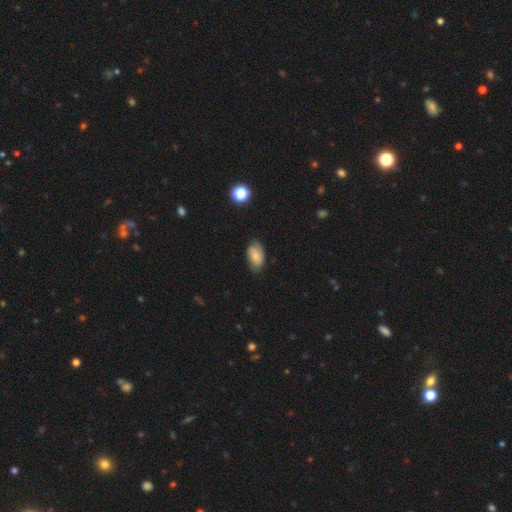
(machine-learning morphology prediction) smooth-or-featured: smooth: 62% | featured or disk: 29% | star or artifact: 8%
  how-rounded: in between: 91% | round: 7% | cigar-shaped: 2%
  merging: none: 68% | minor disturbance: 26% | major disturbance: 5% | merger: 1%